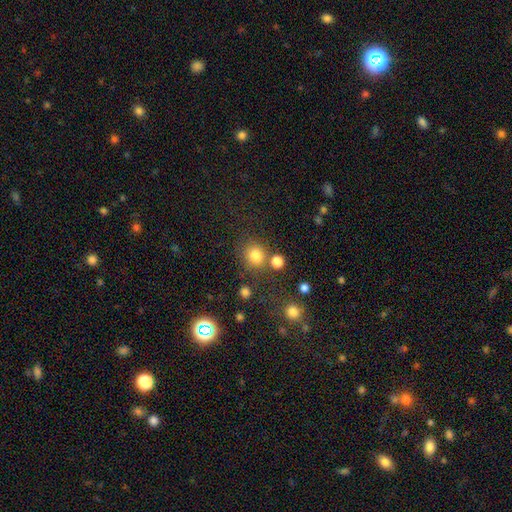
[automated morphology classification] smooth-or-featured: smooth: 80% | star or artifact: 14% | featured or disk: 6%
  how-rounded: round: 87% | in between: 12% | cigar-shaped: 1%
  merging: none: 72% | merger: 13% | minor disturbance: 10% | major disturbance: 5%